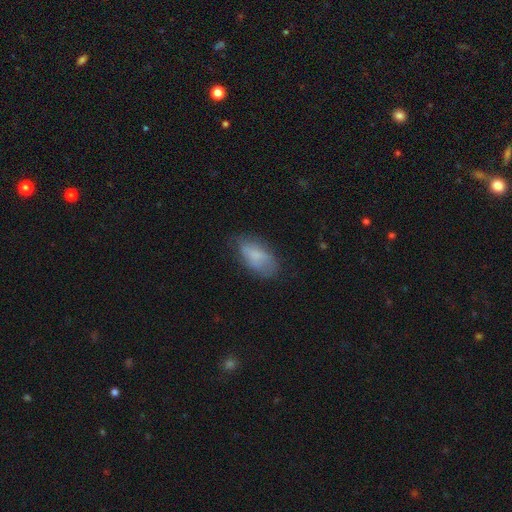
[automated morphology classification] type=smooth (73%); roundness=in between (91%); merging=none (65%).